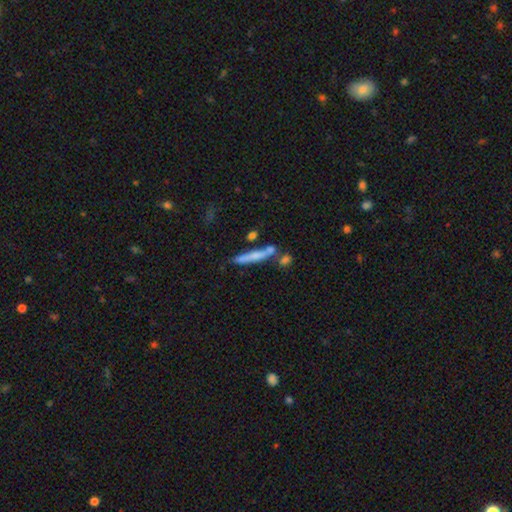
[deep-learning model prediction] smooth-or-featured: smooth: 62% | featured or disk: 30% | star or artifact: 8%
  how-rounded: cigar-shaped: 89% | in between: 8% | round: 2%
  merging: none: 60% | merger: 19% | minor disturbance: 15% | major disturbance: 5%